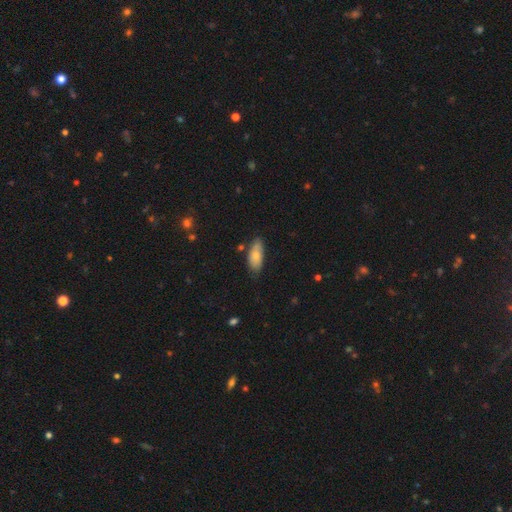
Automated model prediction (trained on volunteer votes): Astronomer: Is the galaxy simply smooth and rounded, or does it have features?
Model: smooth — 76%.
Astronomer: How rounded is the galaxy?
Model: in between — 84%.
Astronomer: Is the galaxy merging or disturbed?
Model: none — 71%.